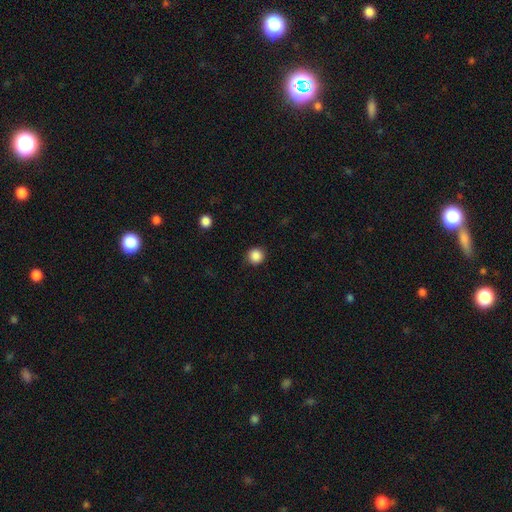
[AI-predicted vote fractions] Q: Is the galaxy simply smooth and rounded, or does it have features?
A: smooth — 87%.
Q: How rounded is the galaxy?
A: round — 94%.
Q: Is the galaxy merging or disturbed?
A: none — 91%.